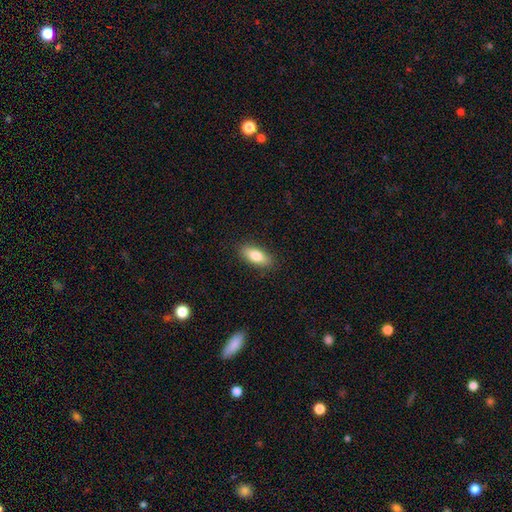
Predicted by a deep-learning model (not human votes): The model was most divided on "how rounded": in between: 81%, cigar-shaped: 16%, round: 3%. More confident: merging — none (88%); smooth or featured — smooth (80%).